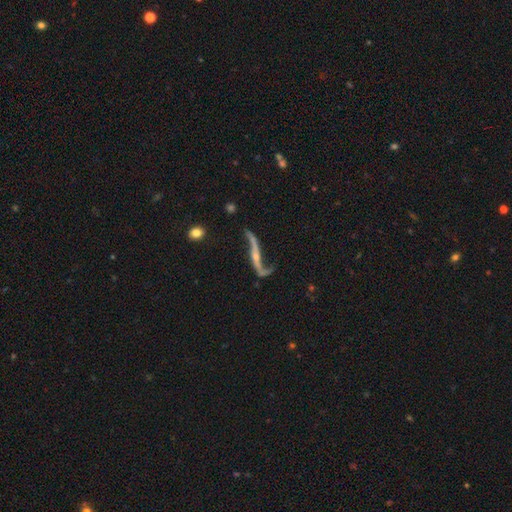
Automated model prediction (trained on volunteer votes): Smooth or featured? featured or disk (87%)
Edge-on disk? no (64%)
Bar? no (47%)
Spiral arms? yes (93%)
Spiral winding? loose (93%)
Spiral arm count? 2 (91%)
Bulge size? small (64%)
Merging? none (58%)